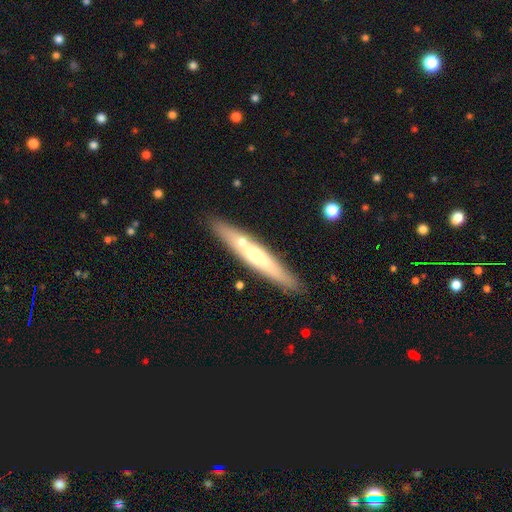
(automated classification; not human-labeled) Smooth or featured: featured or disk — 50% (smooth — 44%)
Merging: none — 80% (minor disturbance — 10%)